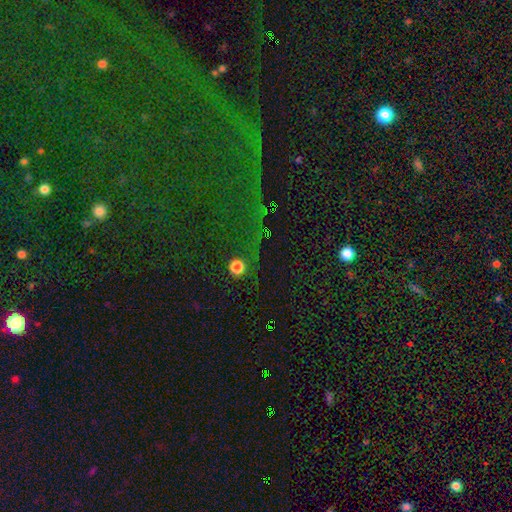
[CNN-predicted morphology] A star or artifact, not a galaxy (84%).